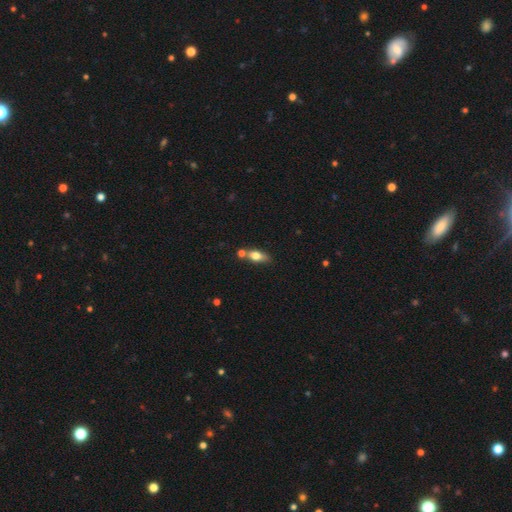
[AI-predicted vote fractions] Smooth or featured?
  - smooth: 70% *
  - featured or disk: 22%
  - star or artifact: 8%
How rounded?
  - in between: 77% *
  - cigar-shaped: 15%
  - round: 8%
Merging?
  - none: 52% *
  - merger: 28%
  - minor disturbance: 16%
  - major disturbance: 5%